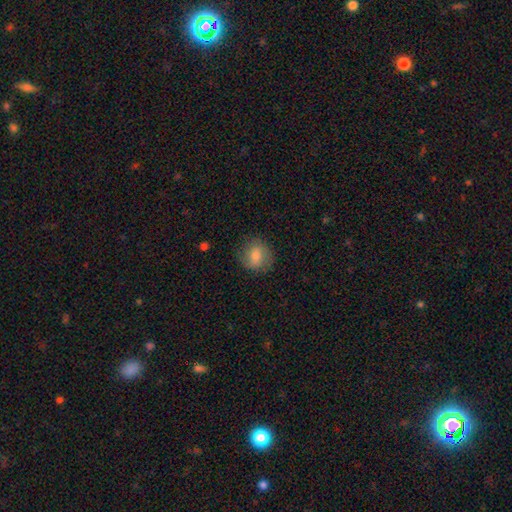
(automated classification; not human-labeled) This is likely a smooth galaxy (70%). How rounded: likely round (77%). Merging: clearly none (81%).